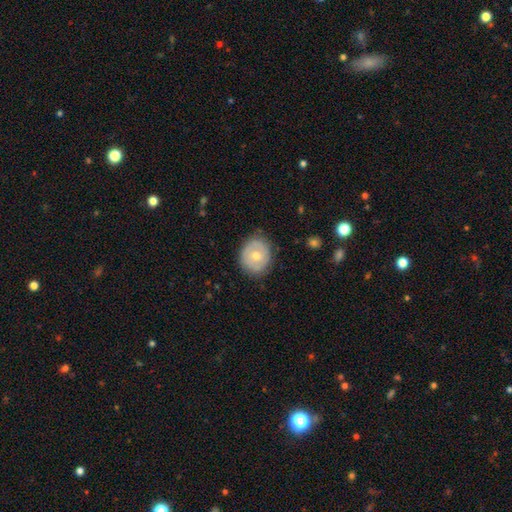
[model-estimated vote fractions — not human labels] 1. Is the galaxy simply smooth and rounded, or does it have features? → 56% smooth, 37% featured or disk, 7% star or artifact.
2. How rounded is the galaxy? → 76% round, 23% in between, 1% cigar-shaped.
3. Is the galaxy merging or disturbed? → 80% none, 15% minor disturbance, 4% major disturbance, 1% merger.